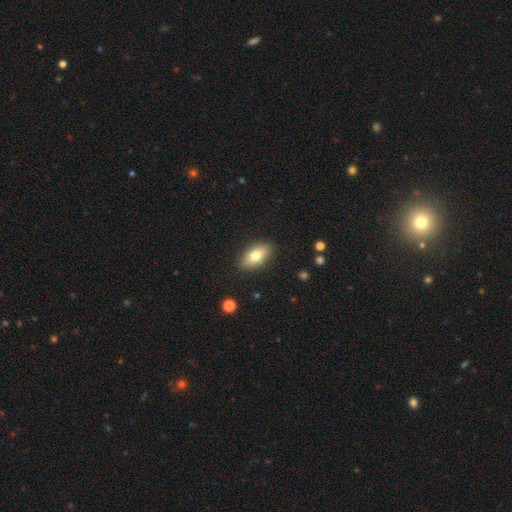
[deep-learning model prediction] A smooth galaxy with no disk features (77%) that is in between round and cigar-shaped (89%). Merging: none (87%).